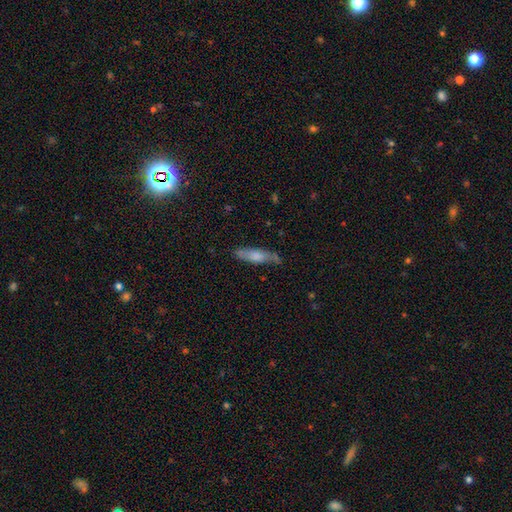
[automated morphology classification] A smooth galaxy with no disk features (68%) that is cigar-shaped (68%).

Vote fractions:
- Smooth or featured? smooth: 68% / featured or disk: 26% / star or artifact: 6%
- How rounded? cigar-shaped: 68% / in between: 30% / round: 2%
- Merging? none: 71% / minor disturbance: 21% / major disturbance: 5% / merger: 3%